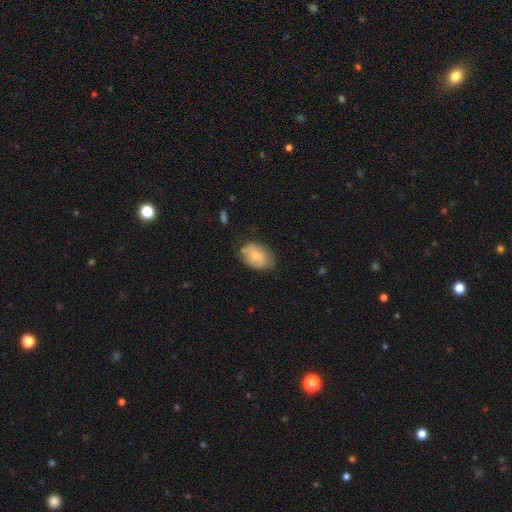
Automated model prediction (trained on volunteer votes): Overall: smooth (67%). How rounded: in between (86%). Merging: none (66%).